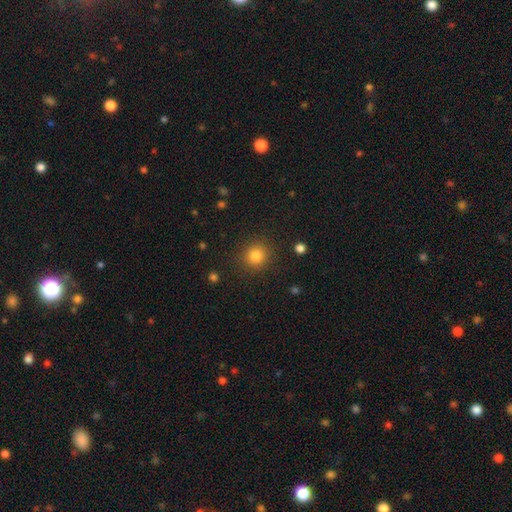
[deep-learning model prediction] Smooth or featured? Predicted: smooth (p=0.83). How rounded? Predicted: round (p=0.91). Merging? Predicted: none (p=0.89).